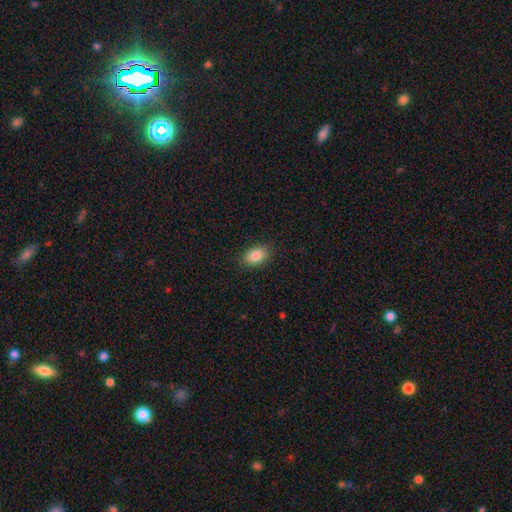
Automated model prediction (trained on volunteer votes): This appears to be a smooth galaxy with no disk features (86%) that is in between round and cigar-shaped (84%). Merging: none (86%).